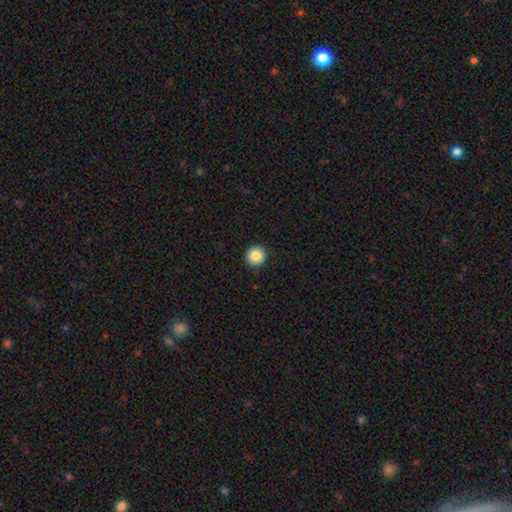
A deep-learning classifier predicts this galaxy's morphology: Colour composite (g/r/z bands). It shows a smooth galaxy with no disk features (87%) that is round (95%). Merging: none (93%).